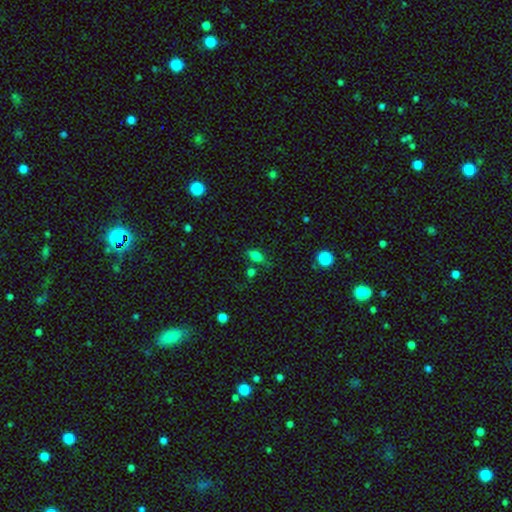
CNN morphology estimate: The model was most divided on "merging": none: 63%, minor disturbance: 20%, merger: 10%, major disturbance: 8%. More confident: how rounded — in between (80%); smooth or featured — smooth (77%).